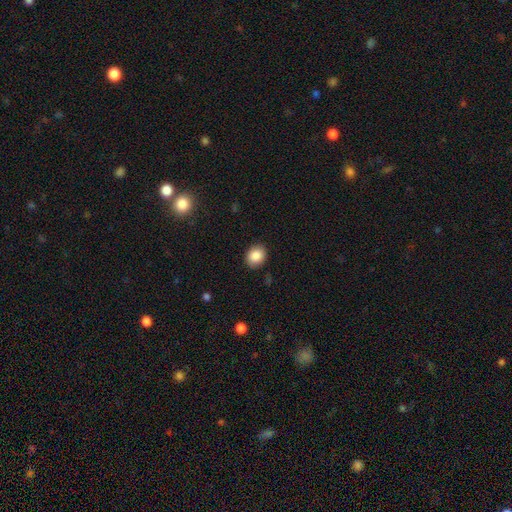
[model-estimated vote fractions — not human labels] smooth 87%, star or artifact 8%, featured or disk 4%. Down the decision tree: how rounded — round (56%); merging — none (86%).